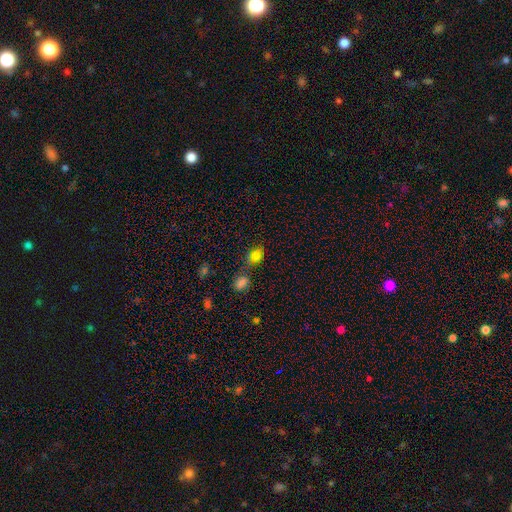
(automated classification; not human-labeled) Q: Smooth or featured?
A: smooth (79%); runner-up: star or artifact (12%)
Q: How rounded?
A: in between (68%); runner-up: round (30%)
Q: Merging?
A: none (64%); runner-up: minor disturbance (18%)